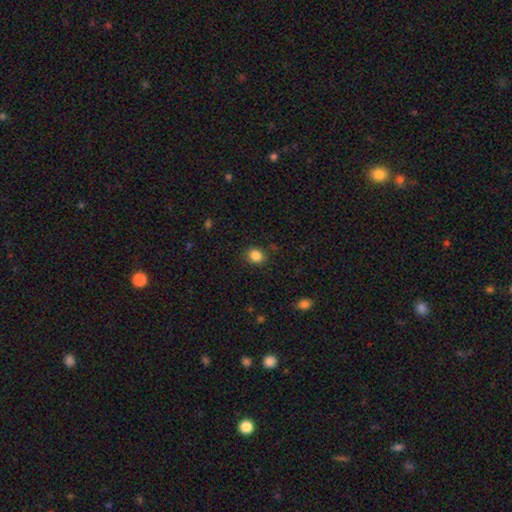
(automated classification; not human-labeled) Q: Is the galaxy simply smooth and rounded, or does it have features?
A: smooth — 85%.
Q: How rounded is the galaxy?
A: round — 69%.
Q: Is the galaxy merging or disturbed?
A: none — 86%.